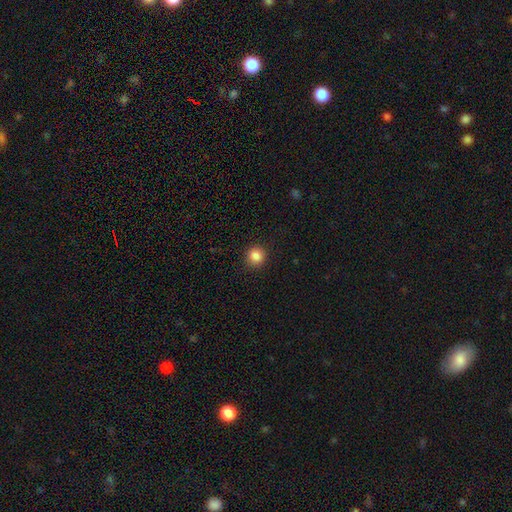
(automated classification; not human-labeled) This is clearly a smooth galaxy (86%). How rounded: clearly round (90%). Merging: clearly none (91%).